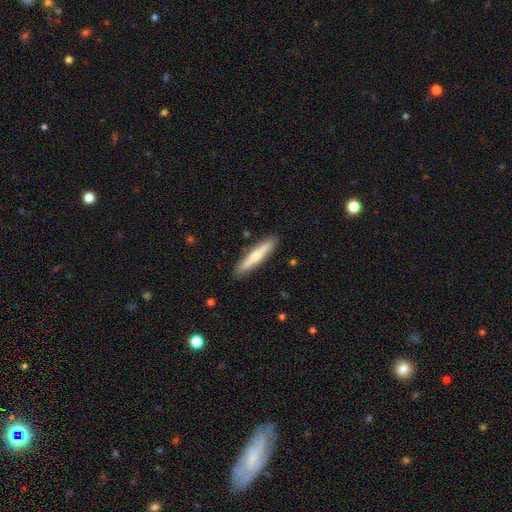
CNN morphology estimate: smooth-or-featured: smooth: 59% | featured or disk: 36% | star or artifact: 5%
  how-rounded: cigar-shaped: 88% | in between: 10% | round: 1%
  merging: none: 89% | minor disturbance: 8% | major disturbance: 2% | merger: 1%